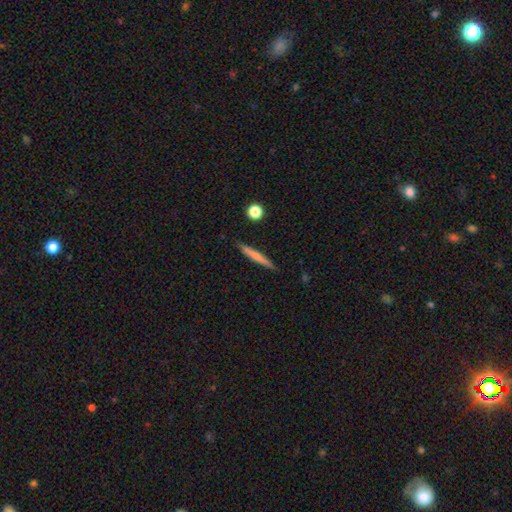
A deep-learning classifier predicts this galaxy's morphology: This is likely a smooth galaxy (64%). How rounded: clearly cigar-shaped (95%). Merging: clearly none (89%).